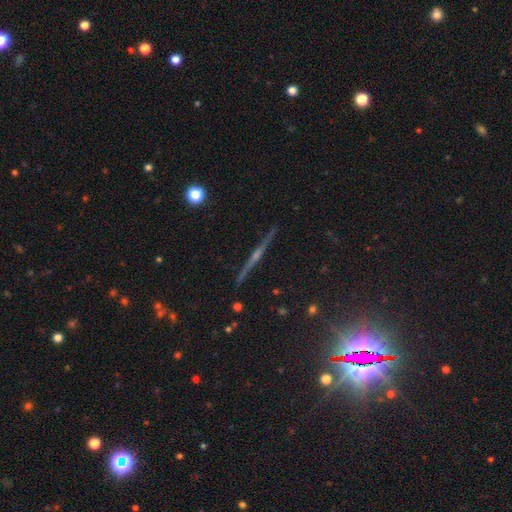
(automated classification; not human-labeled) Smooth or featured: featured or disk — 79% (star or artifact — 11%)
Edge-on disk: yes — 98% (no — 2%)
Edge-on bulge: rounded — 80% (none — 12%)
Merging: none — 91% (minor disturbance — 6%)